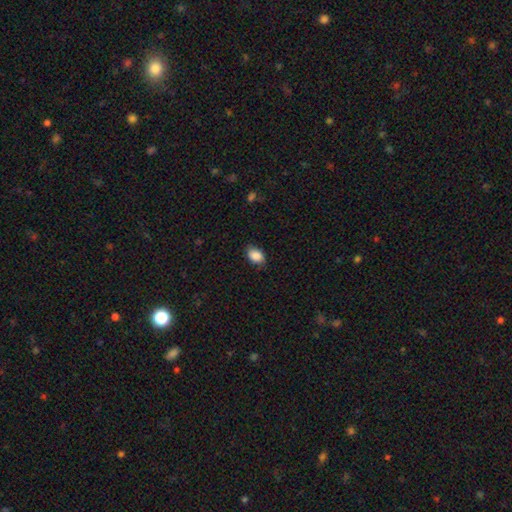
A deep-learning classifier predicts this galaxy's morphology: smooth 88%, star or artifact 7%, featured or disk 4%. Down the decision tree: how rounded — in between (82%); merging — none (80%).